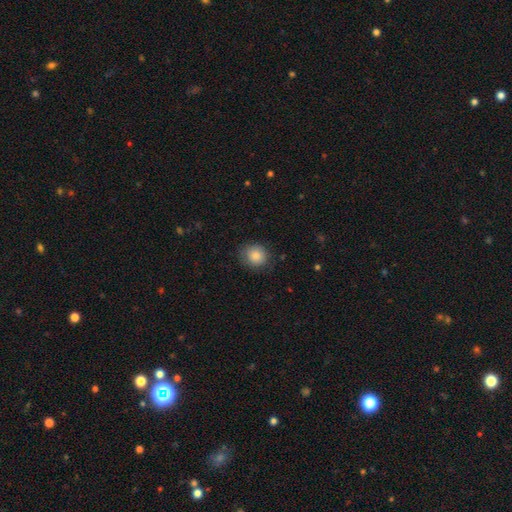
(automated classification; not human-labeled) Smooth or featured? smooth (85%)
How rounded? round (84%)
Merging? none (80%)